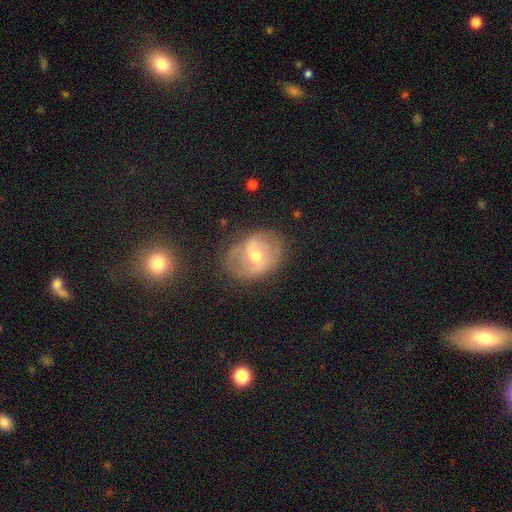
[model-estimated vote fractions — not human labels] smooth-or-featured: featured or disk: 71% | smooth: 22% | star or artifact: 7%
  disk-edge-on: no: 96% | yes: 4%
    bar: weak: 47% | strong: 28% | no: 25%
    has-spiral-arms: yes: 70% | no: 30%
    bulge-size: moderate: 65% | small: 29% | large: 3% | none: 1% | dominant: 1%
  merging: none: 66% | minor disturbance: 22% | major disturbance: 10% | merger: 2%